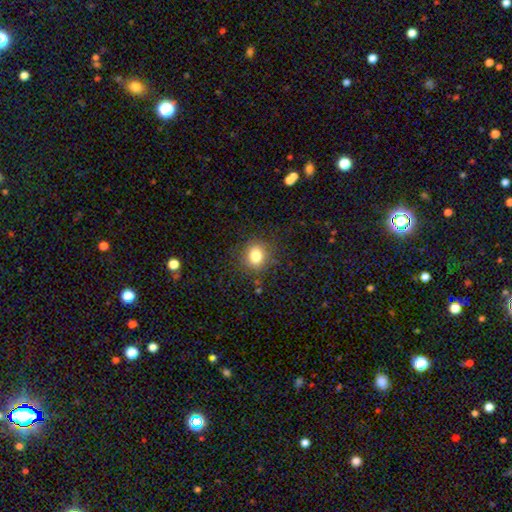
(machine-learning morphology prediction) A smooth galaxy with no disk features (81%) that is round (79%).

Vote fractions:
- Smooth or featured? smooth: 81% / star or artifact: 12% / featured or disk: 7%
- How rounded? round: 79% / in between: 21% / cigar-shaped: 1%
- Merging? none: 85% / minor disturbance: 10% / major disturbance: 4% / merger: 1%